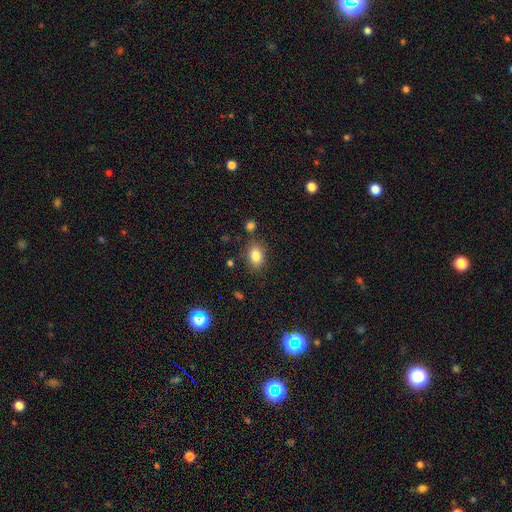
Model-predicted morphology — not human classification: Smooth or featured: smooth — 82% (star or artifact — 10%)
How rounded: in between — 75% (round — 24%)
Merging: none — 78% (minor disturbance — 13%)